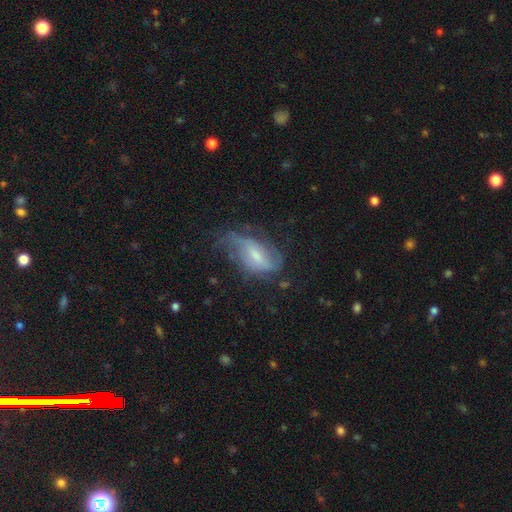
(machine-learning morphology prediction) Smooth or featured? featured or disk (65%)
Edge-on disk? no (92%)
Bar? weak (51%)
Spiral arms? yes (78%)
Bulge size? moderate (43%)
Merging? none (41%)